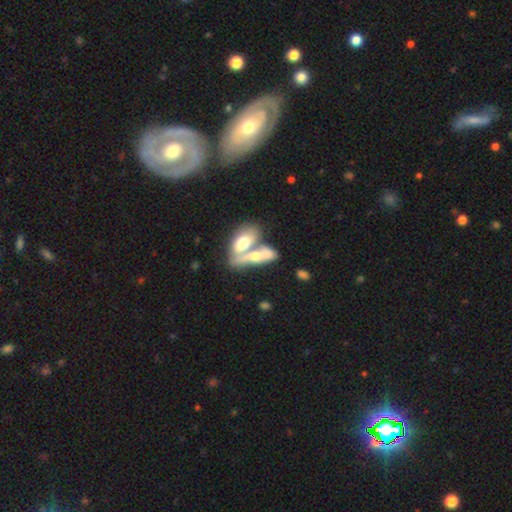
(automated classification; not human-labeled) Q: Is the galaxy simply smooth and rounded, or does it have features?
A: smooth — 51%.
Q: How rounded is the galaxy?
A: in between — 72%.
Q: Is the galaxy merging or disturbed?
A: merger — 65%.